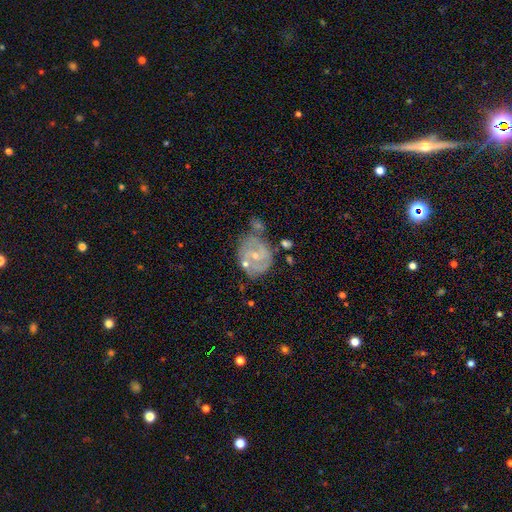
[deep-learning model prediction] Smooth or featured?
  - featured or disk: 77% *
  - smooth: 17%
  - star or artifact: 6%
Edge-on disk?
  - no: 98% *
  - yes: 2%
Bar?
  - no: 49% *
  - weak: 42%
  - strong: 9%
Spiral arms?
  - yes: 86% *
  - no: 14%
Spiral winding?
  - tight: 50% *
  - medium: 39%
  - loose: 12%
Spiral arm count?
  - 2: 53% *
  - can't tell: 23%
  - 3: 13%
  - 1: 4%
  - 4: 3%
  - more than 4: 3%
Bulge size?
  - small: 68% *
  - moderate: 28%
  - none: 2%
  - large: 1%
  - dominant: 1%
Merging?
  - none: 52% *
  - minor disturbance: 23%
  - merger: 15%
  - major disturbance: 10%